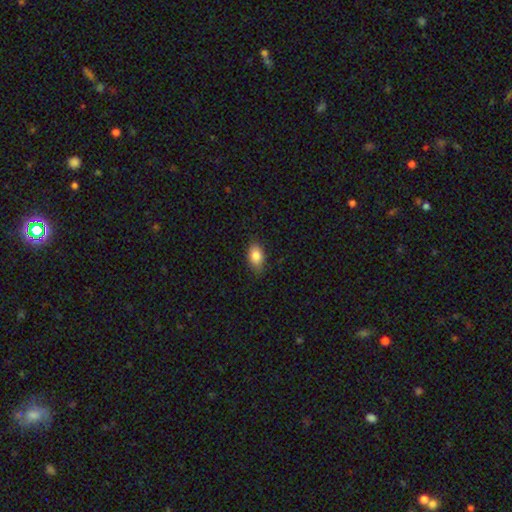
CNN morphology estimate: Q: Smooth or featured?
A: smooth (84%); runner-up: star or artifact (8%)
Q: How rounded?
A: in between (87%); runner-up: round (10%)
Q: Merging?
A: none (82%); runner-up: minor disturbance (15%)